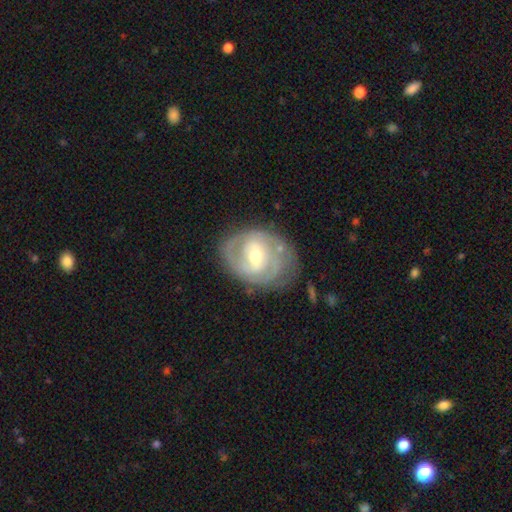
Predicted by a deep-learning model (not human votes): smooth-or-featured: featured or disk: 81% | smooth: 14% | star or artifact: 5%
  disk-edge-on: no: 97% | yes: 3%
    bar: weak: 52% | no: 26% | strong: 22%
    has-spiral-arms: yes: 88% | no: 12%
      spiral-winding: tight: 61% | medium: 31% | loose: 9%
      spiral-arm-count: 2: 52% | can't tell: 26% | 3: 12% | 1: 5% | 4: 3% | more than 4: 2%
    bulge-size: moderate: 66% | small: 27% | large: 5% | none: 1% | dominant: 1%
  merging: none: 70% | minor disturbance: 20% | major disturbance: 8% | merger: 2%